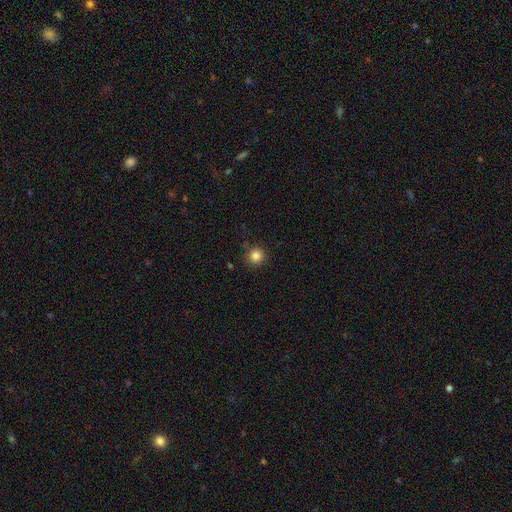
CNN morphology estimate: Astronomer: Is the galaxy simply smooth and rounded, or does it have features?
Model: smooth — 84%.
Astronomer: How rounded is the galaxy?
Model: round — 94%.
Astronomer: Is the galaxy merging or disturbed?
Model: none — 88%.